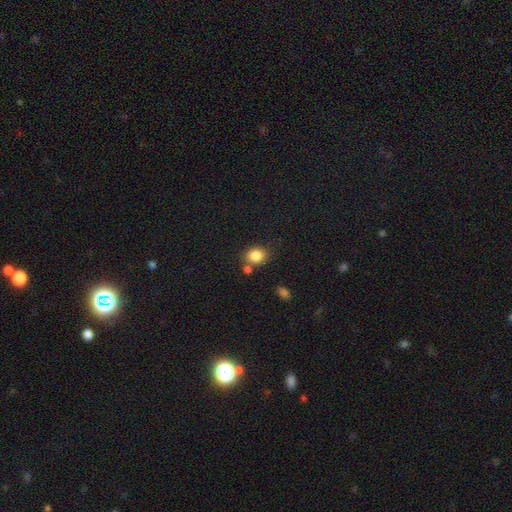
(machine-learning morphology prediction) The model was most divided on "how rounded": round: 59%, in between: 40%, cigar-shaped: 1%. More confident: smooth or featured — smooth (84%); merging — none (67%).